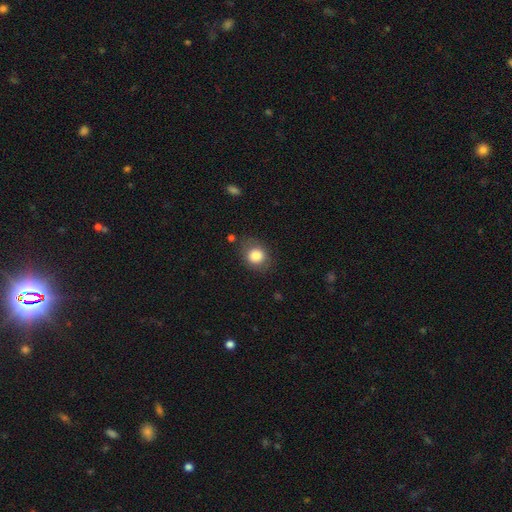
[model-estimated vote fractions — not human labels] Smooth or featured: smooth — 83% (star or artifact — 9%)
How rounded: round — 67% (in between — 32%)
Merging: none — 77% (minor disturbance — 16%)